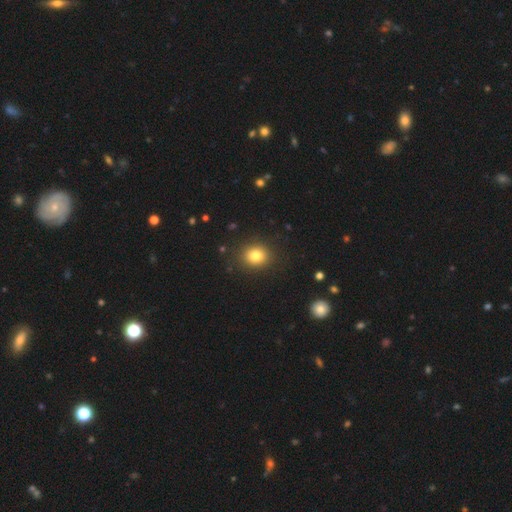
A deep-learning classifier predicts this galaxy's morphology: The model was most divided on "how rounded": round: 71%, in between: 28%, cigar-shaped: 1%. More confident: merging — none (88%); smooth or featured — smooth (81%).